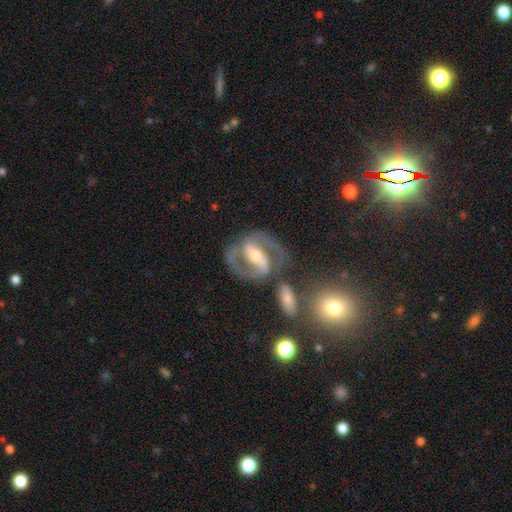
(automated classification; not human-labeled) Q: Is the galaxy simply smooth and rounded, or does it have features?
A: featured or disk — 88%.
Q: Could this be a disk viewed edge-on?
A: no — 96%.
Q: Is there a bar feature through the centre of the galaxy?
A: strong — 65%.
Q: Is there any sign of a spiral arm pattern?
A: yes — 94%.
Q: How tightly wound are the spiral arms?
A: medium — 59%.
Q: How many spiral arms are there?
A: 2 — 92%.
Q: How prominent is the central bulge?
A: moderate — 62%.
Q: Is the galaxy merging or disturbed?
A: none — 71%.